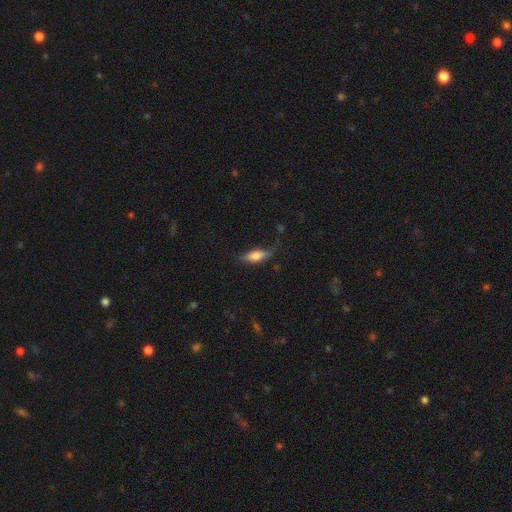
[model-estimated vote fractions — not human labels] The model was most divided on "how rounded": in between: 62%, cigar-shaped: 35%, round: 3%. More confident: merging — none (66%); smooth or featured — smooth (64%).